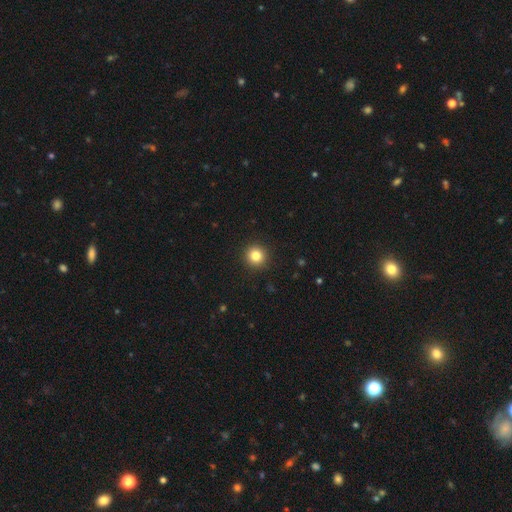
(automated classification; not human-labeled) Smooth or featured? smooth (82%)
How rounded? round (94%)
Merging? none (93%)